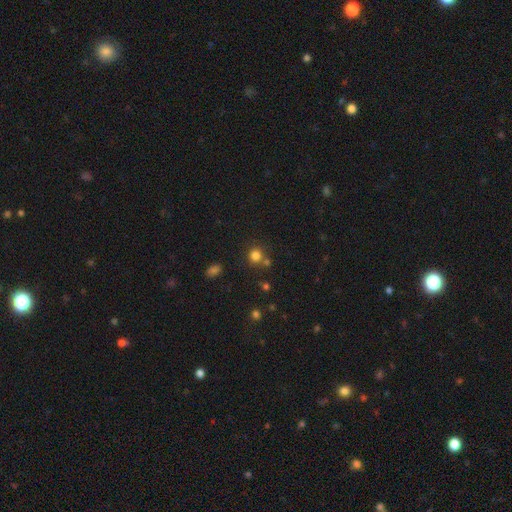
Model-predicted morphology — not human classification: This is likely a smooth galaxy (79%). How rounded: clearly round (89%). Merging: likely none (68%).